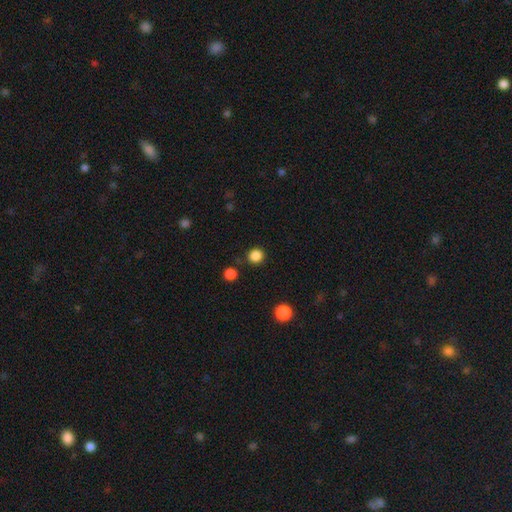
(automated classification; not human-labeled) Smooth or featured?
  - smooth: 85% *
  - star or artifact: 12%
  - featured or disk: 3%
How rounded?
  - round: 92% *
  - in between: 7%
  - cigar-shaped: 1%
Merging?
  - none: 88% *
  - minor disturbance: 6%
  - merger: 3%
  - major disturbance: 2%